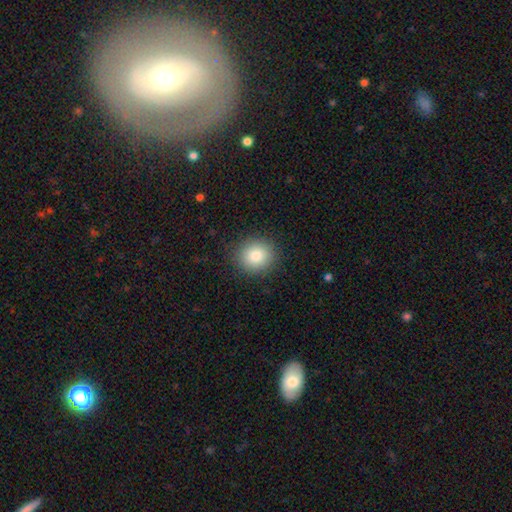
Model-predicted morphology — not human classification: Smooth or featured?
  - smooth: 84% *
  - star or artifact: 9%
  - featured or disk: 7%
How rounded?
  - round: 85% *
  - in between: 14%
  - cigar-shaped: 1%
Merging?
  - none: 89% *
  - minor disturbance: 7%
  - major disturbance: 2%
  - merger: 1%